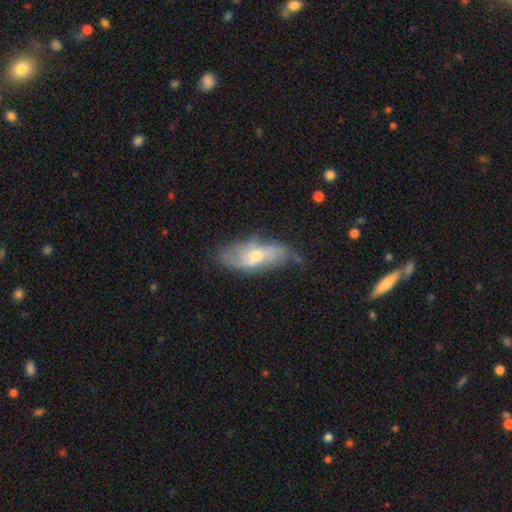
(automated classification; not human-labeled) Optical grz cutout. It shows a featured or disk galaxy (61%). Merging: none (62%).